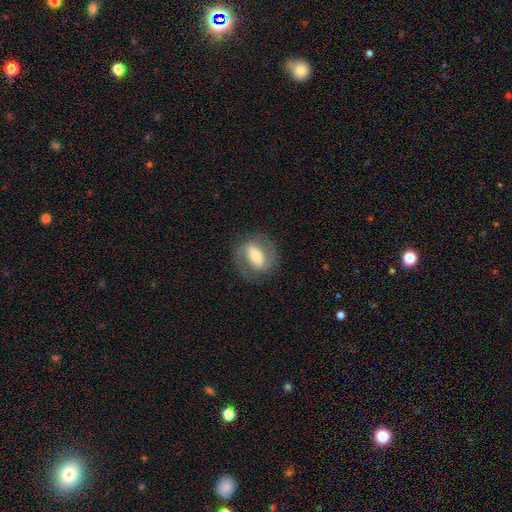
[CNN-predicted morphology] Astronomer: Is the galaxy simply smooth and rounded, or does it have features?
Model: featured or disk — 61%.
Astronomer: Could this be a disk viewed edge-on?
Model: no — 95%.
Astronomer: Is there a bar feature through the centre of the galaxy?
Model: strong — 43% (runner-up: weak, 35%).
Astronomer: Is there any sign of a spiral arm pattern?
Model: yes — 76%.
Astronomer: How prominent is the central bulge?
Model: moderate — 50% (runner-up: small, 26%).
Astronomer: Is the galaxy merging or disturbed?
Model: none — 78%.